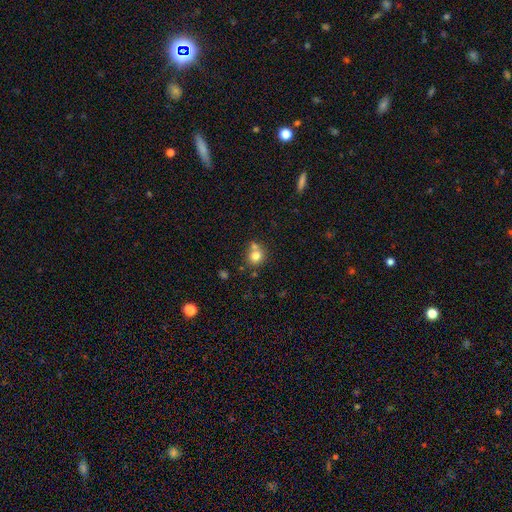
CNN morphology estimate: Q: Smooth or featured?
A: smooth (78%); runner-up: star or artifact (11%)
Q: How rounded?
A: round (84%); runner-up: in between (15%)
Q: Merging?
A: none (52%); runner-up: merger (35%)